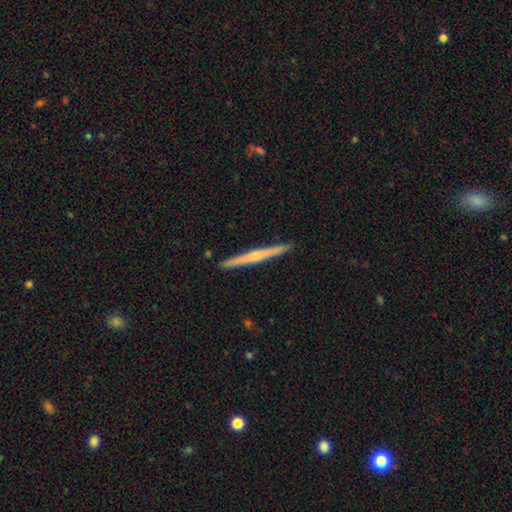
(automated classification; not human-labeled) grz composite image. It shows a featured or disk galaxy (65%) viewed edge-on (98%) with a rounded central bulge (59%). Merging: none (92%).